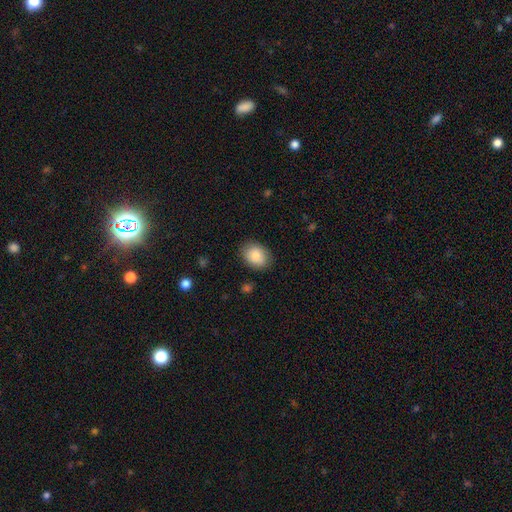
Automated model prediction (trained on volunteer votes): Smooth or featured?
  - smooth: 86% *
  - star or artifact: 7%
  - featured or disk: 7%
How rounded?
  - in between: 69% *
  - round: 30%
  - cigar-shaped: 1%
Merging?
  - none: 85% *
  - minor disturbance: 11%
  - major disturbance: 3%
  - merger: 1%